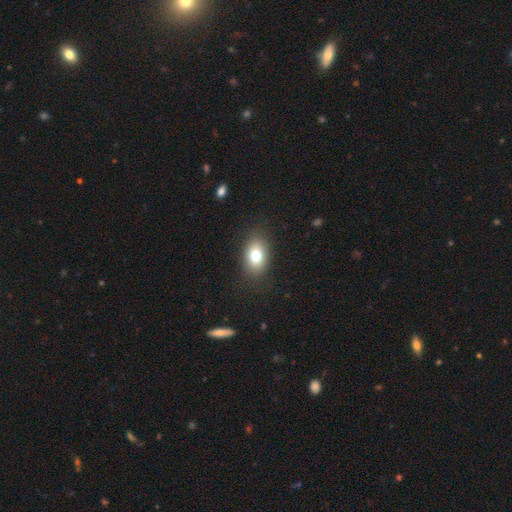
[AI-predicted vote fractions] Smooth or featured?
  - smooth: 77% *
  - featured or disk: 13%
  - star or artifact: 10%
How rounded?
  - in between: 80% *
  - round: 18%
  - cigar-shaped: 2%
Merging?
  - none: 86% *
  - minor disturbance: 10%
  - major disturbance: 3%
  - merger: 1%